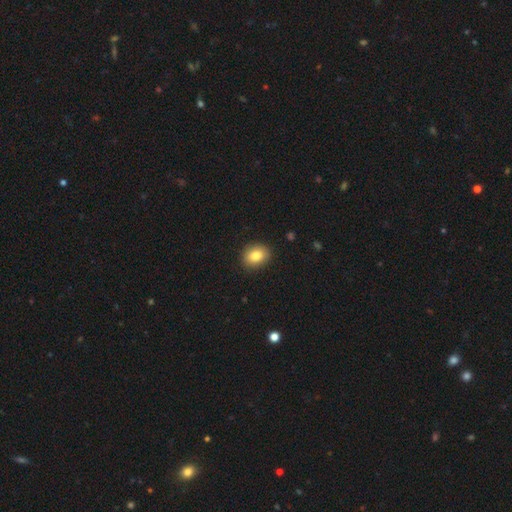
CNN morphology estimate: smooth 83%, star or artifact 9%, featured or disk 8%. Down the decision tree: how rounded — in between (54%); merging — none (90%).